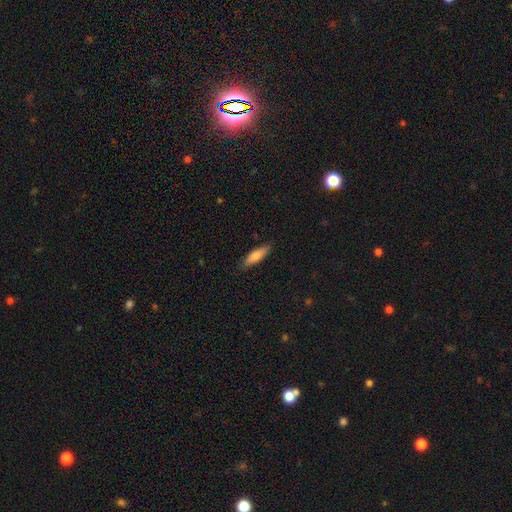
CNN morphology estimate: This appears to be a smooth galaxy with no disk features (74%) that is cigar-shaped (60%). Merging: none (85%).